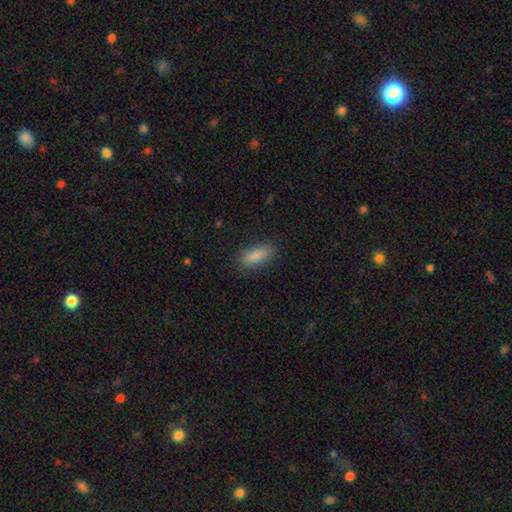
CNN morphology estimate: Overall: smooth (88%). How rounded: in between (75%). Merging: none (86%).